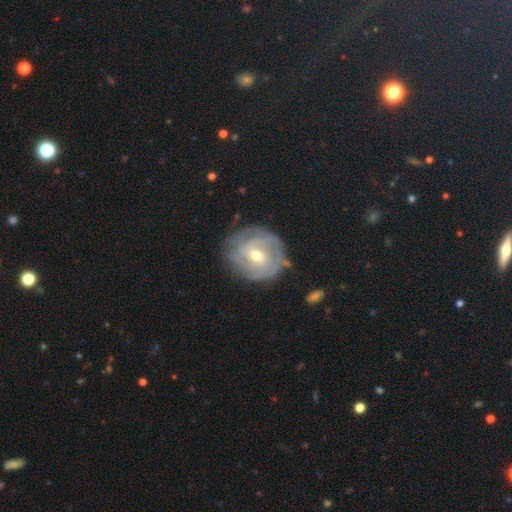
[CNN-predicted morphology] A featured or disk galaxy (83%) with a weak bar (44%), tight (70%) spiral arms (93%) and a moderate central bulge (59%). Merging: none (78%).